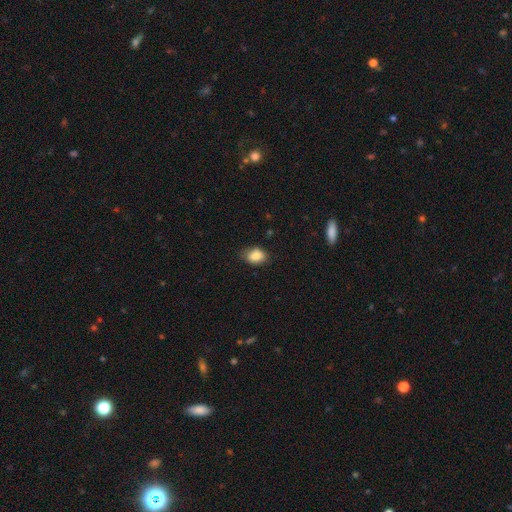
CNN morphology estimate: A smooth galaxy with no disk features (85%) that is in between round and cigar-shaped (75%).

Vote fractions:
- Smooth or featured? smooth: 85% / star or artifact: 8% / featured or disk: 6%
- How rounded? in between: 75% / round: 24% / cigar-shaped: 1%
- Merging? none: 76% / minor disturbance: 19% / major disturbance: 4% / merger: 1%